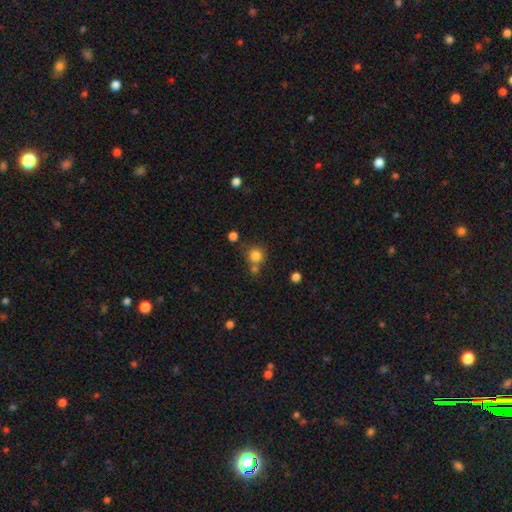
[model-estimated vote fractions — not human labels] smooth-or-featured: smooth: 81% | star or artifact: 13% | featured or disk: 7%
  how-rounded: round: 91% | in between: 8% | cigar-shaped: 1%
  merging: none: 62% | merger: 22% | minor disturbance: 11% | major disturbance: 4%